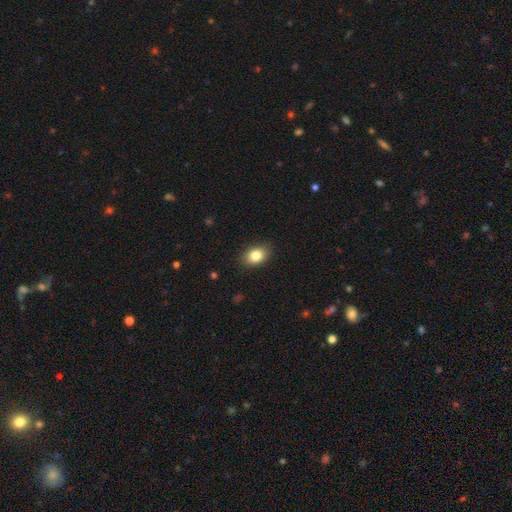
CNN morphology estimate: type=smooth (83%); roundness=in between (77%); merging=none (87%).